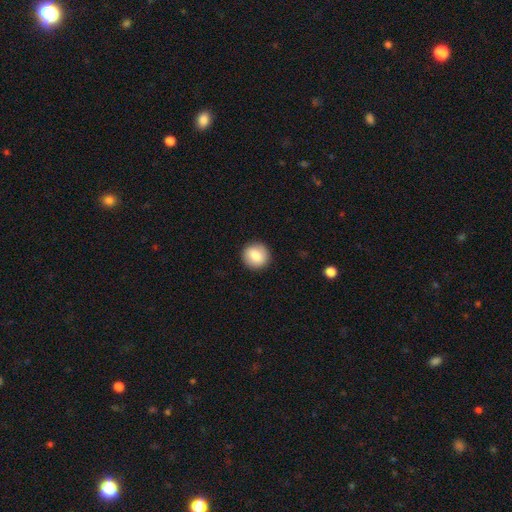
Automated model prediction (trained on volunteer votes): A smooth galaxy with no disk features (83%) that is round (90%).

Vote fractions:
- Smooth or featured? smooth: 83% / featured or disk: 9% / star or artifact: 8%
- How rounded? round: 90% / in between: 9% / cigar-shaped: 1%
- Merging? none: 90% / minor disturbance: 7% / major disturbance: 2% / merger: 1%